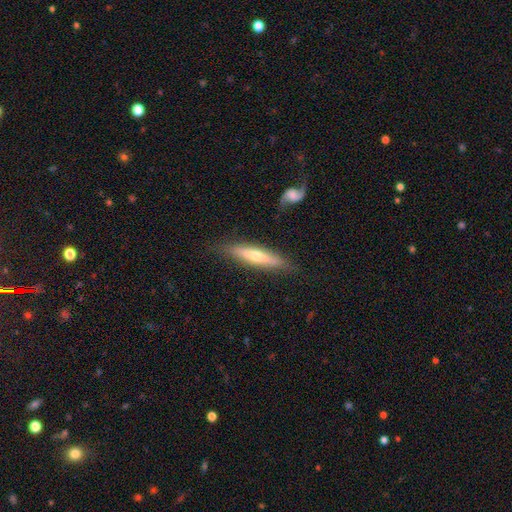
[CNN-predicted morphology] featured or disk 48%, smooth 46%, star or artifact 6%. Down the decision tree: merging — none (81%).